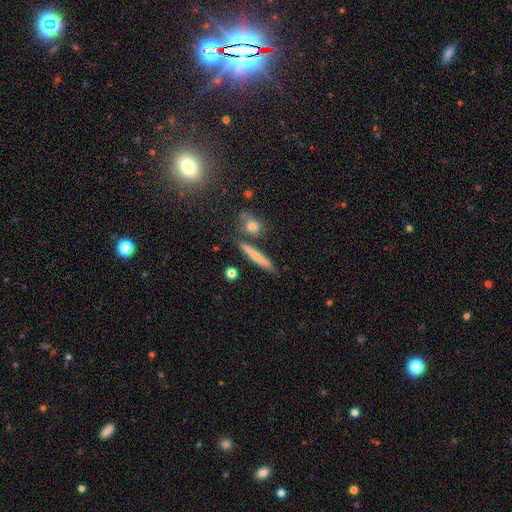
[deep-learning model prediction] This is likely a smooth galaxy (66%). How rounded: clearly cigar-shaped (87%). Merging: clearly none (80%).